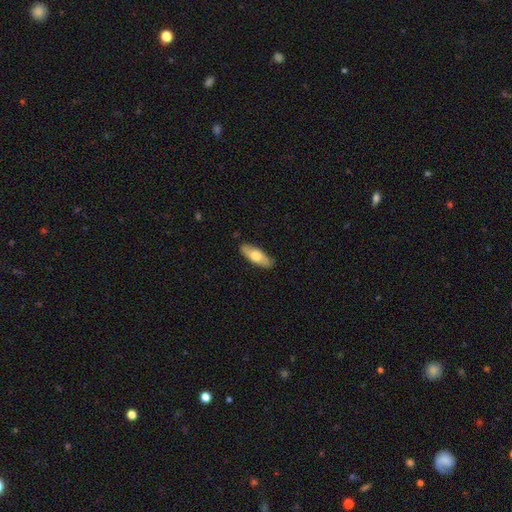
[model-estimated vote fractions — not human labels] Smooth or featured? Predicted: smooth (p=0.62). How rounded? Predicted: in between (p=0.66). Merging? Predicted: none (p=0.86).